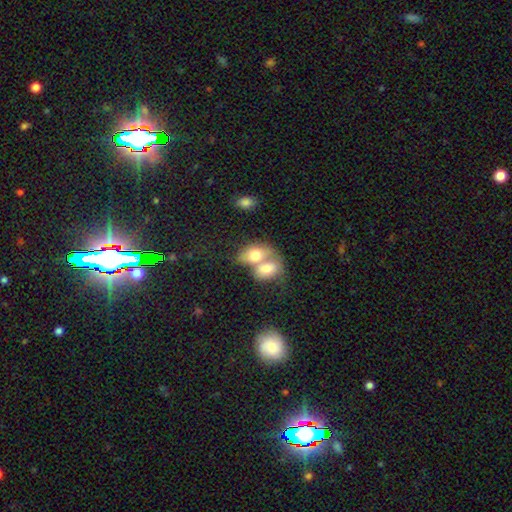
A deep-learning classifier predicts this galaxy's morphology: A smooth galaxy with no disk features (73%) that is in between round and cigar-shaped (78%). Merging: merger (76%).